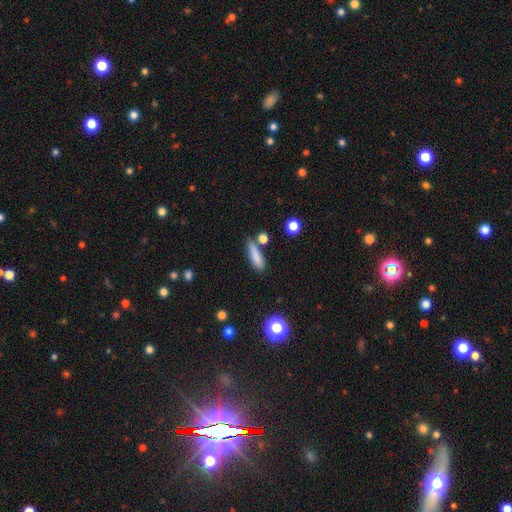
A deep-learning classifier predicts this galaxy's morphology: This appears to be a smooth galaxy with no disk features (81%) that is cigar-shaped (62%). Merging: none (67%).